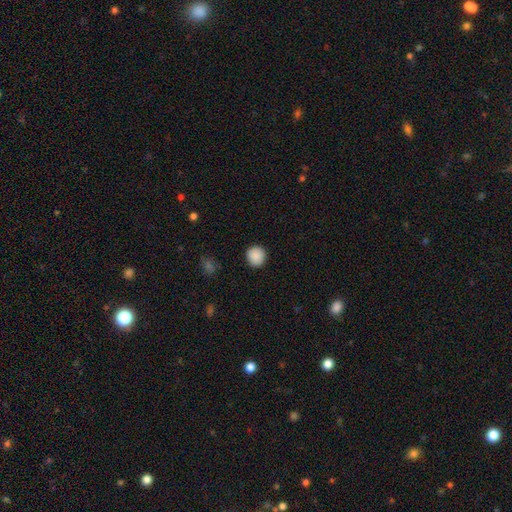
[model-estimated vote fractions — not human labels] smooth-or-featured: smooth: 89% | star or artifact: 8% | featured or disk: 2%
  how-rounded: round: 91% | in between: 8% | cigar-shaped: 1%
  merging: none: 91% | minor disturbance: 6% | major disturbance: 2% | merger: 1%